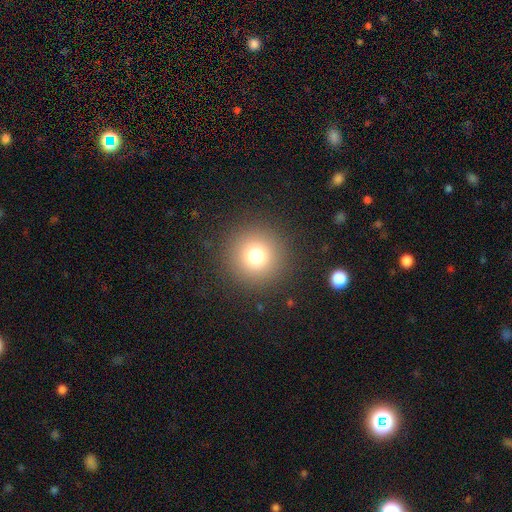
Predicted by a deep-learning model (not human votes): A smooth galaxy with no disk features (75%) that is round (97%). Merging: none (91%).